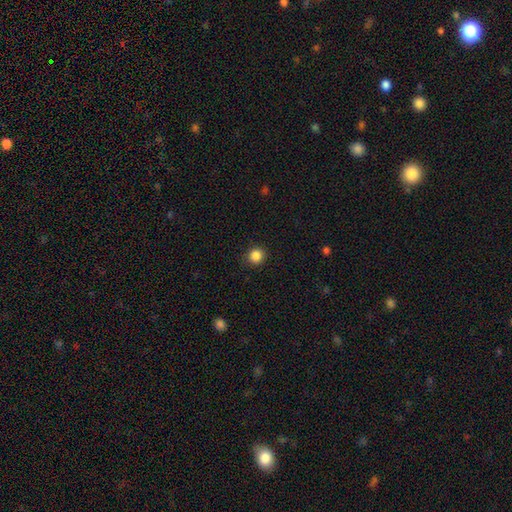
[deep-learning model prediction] Morphology: type=smooth (86%); roundness=round (90%); merging=none (91%).